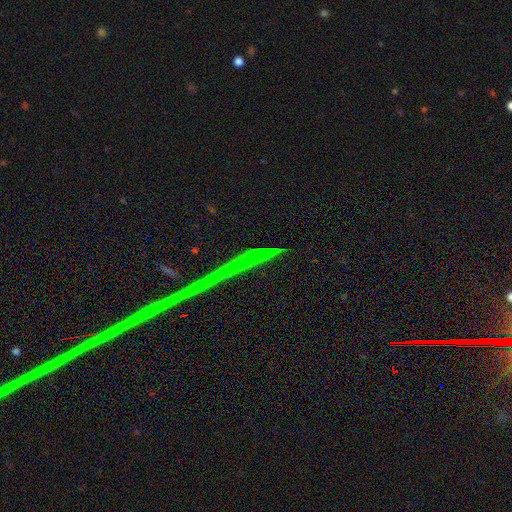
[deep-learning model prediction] A star or artifact, not a galaxy (76%).

Vote fractions:
- Smooth or featured? star or artifact: 76% / featured or disk: 15% / smooth: 10%